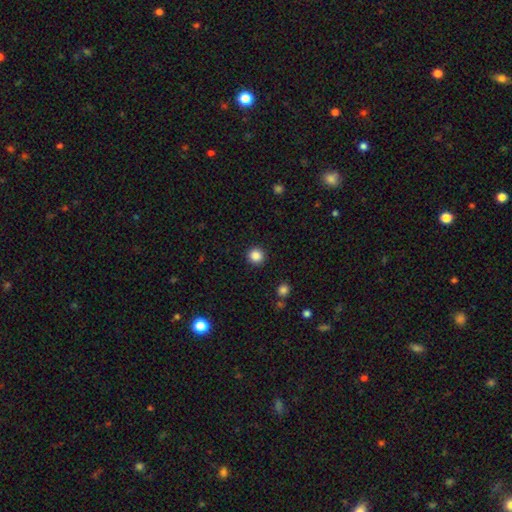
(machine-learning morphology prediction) Smooth or featured? smooth (86%)
How rounded? round (94%)
Merging? none (92%)